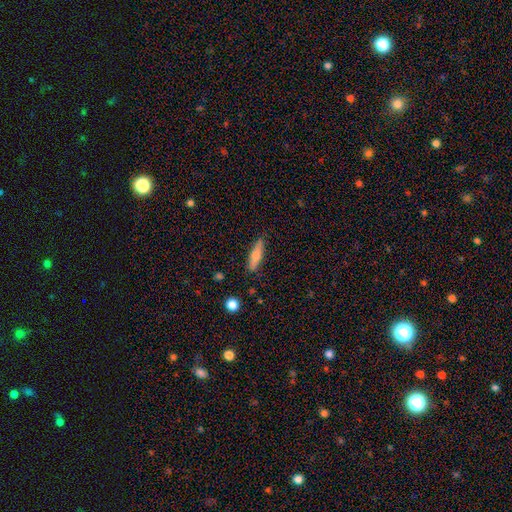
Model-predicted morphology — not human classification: Smooth or featured?
  - smooth: 67% *
  - featured or disk: 26%
  - star or artifact: 7%
How rounded?
  - cigar-shaped: 72% *
  - in between: 26%
  - round: 2%
Merging?
  - none: 85% *
  - minor disturbance: 11%
  - major disturbance: 2%
  - merger: 2%